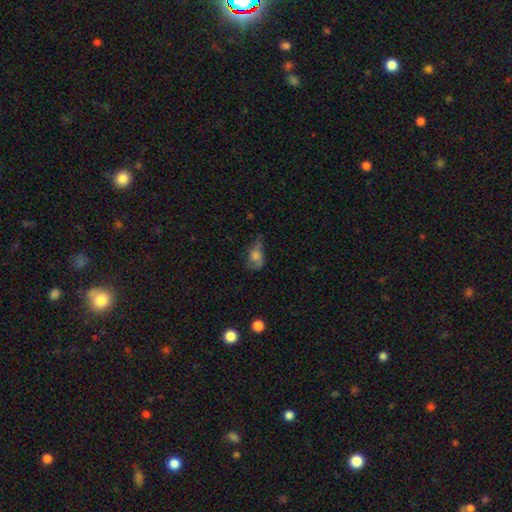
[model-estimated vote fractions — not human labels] smooth_or_featured: smooth (p=0.61) [alt: featured or disk p=0.27]
how_rounded: in between (p=0.75) [alt: round p=0.21]
merging: minor disturbance (p=0.33) [alt: major disturbance p=0.32]